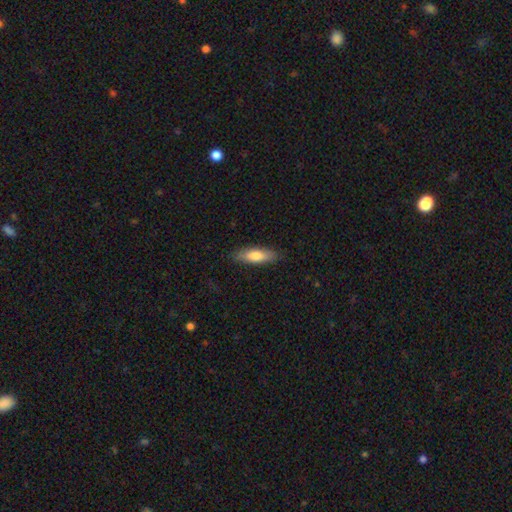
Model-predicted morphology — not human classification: smooth 74%, featured or disk 20%, star or artifact 6%. Down the decision tree: how rounded — cigar-shaped (50%); merging — none (85%).